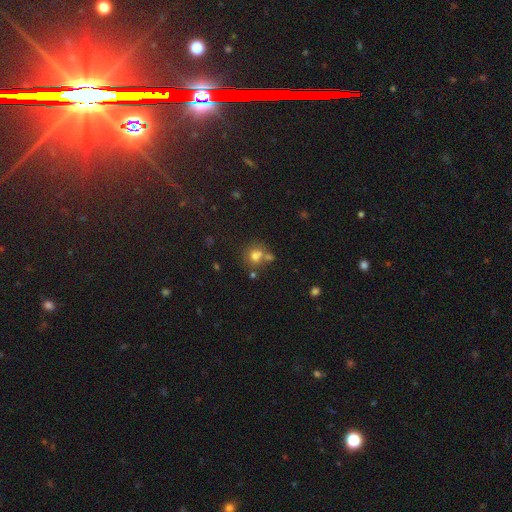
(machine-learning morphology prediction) This appears to be a smooth galaxy with no disk features (71%) that is round (81%). Merging: none (51%).